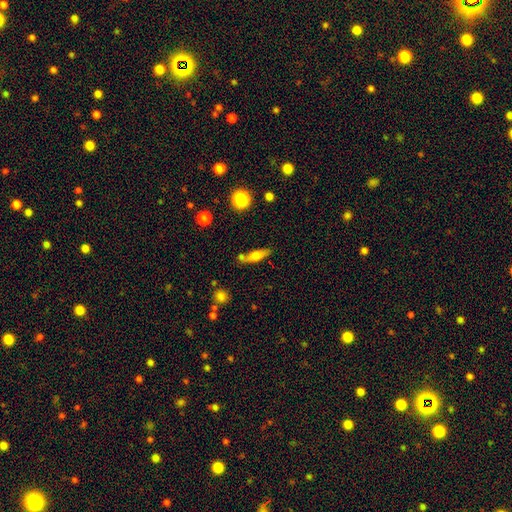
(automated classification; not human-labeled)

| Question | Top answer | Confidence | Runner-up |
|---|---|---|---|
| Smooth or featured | smooth | 61% | featured or disk (30%) |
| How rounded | cigar-shaped | 55% | in between (41%) |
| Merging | none | 67% | minor disturbance (16%) |